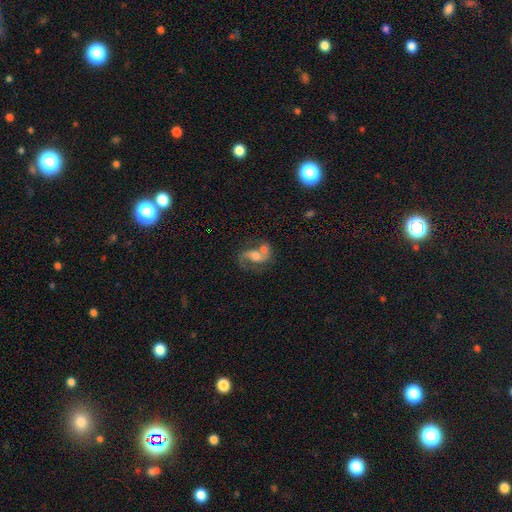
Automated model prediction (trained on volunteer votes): The model was most divided on "spiral winding": loose: 47%, medium: 43%, tight: 10%. Remaining: edge-on disk — no (97%); spiral arms — yes (87%); spiral arm count — 2 (79%); smooth or featured — featured or disk (71%); bulge size — moderate (62%); bar — no (51%); merging — merger (47%).